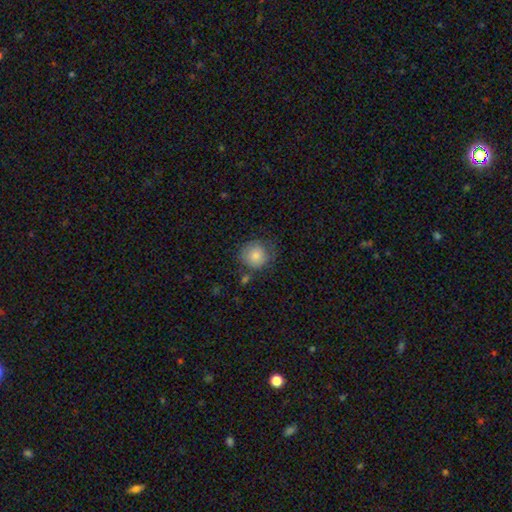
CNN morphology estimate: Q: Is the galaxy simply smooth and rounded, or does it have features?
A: smooth — 81%.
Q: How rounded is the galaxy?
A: round — 89%.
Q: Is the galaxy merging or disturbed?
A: none — 64%.